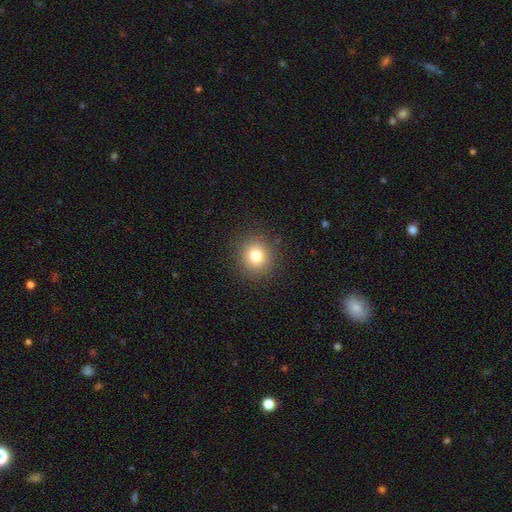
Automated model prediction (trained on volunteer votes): Q: Smooth or featured?
A: smooth (80%); runner-up: star or artifact (12%)
Q: How rounded?
A: round (90%); runner-up: in between (9%)
Q: Merging?
A: none (90%); runner-up: minor disturbance (6%)